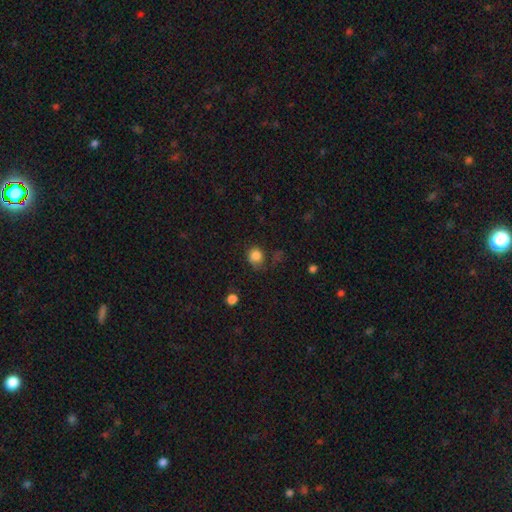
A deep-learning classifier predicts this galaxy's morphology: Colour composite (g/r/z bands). It shows a smooth galaxy with no disk features (84%) that is round (77%). Merging: none (57%).